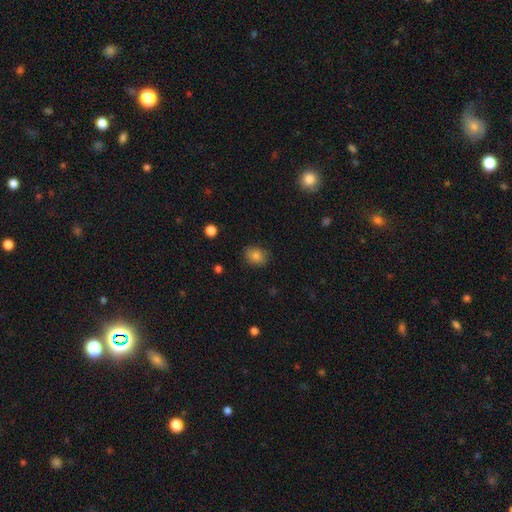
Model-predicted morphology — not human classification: This appears to be a smooth galaxy with no disk features (81%) that is in between round and cigar-shaped (54%). Merging: none (83%).